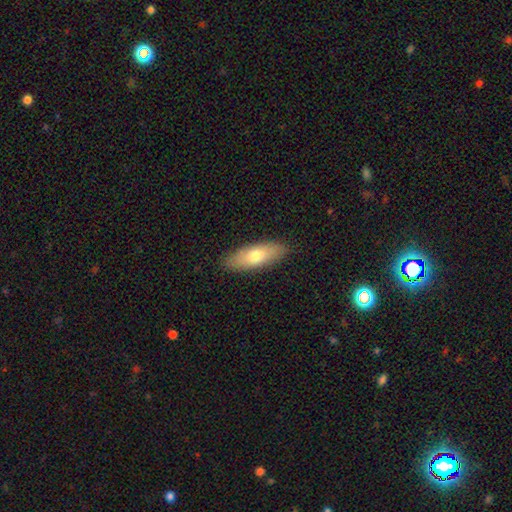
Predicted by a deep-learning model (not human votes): Overall: smooth (72%). How rounded: in between (70%). Merging: none (86%).